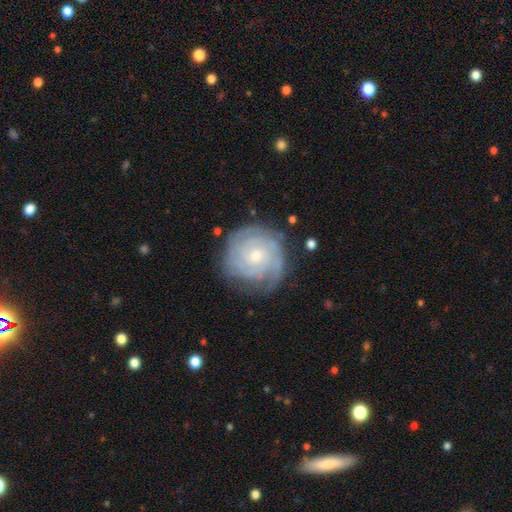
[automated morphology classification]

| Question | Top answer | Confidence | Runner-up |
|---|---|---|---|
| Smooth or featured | featured or disk | 84% | smooth (10%) |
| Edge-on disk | no | 98% | yes (2%) |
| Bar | no | 72% | weak (24%) |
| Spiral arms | yes | 97% | no (3%) |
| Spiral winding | tight | 80% | medium (17%) |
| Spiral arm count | can't tell | 31% | 3 (24%) |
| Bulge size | small | 65% | moderate (31%) |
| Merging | none | 77% | minor disturbance (16%) |